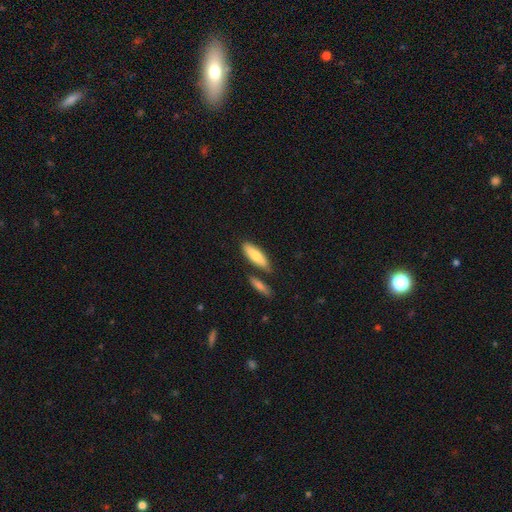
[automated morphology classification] Smooth or featured? smooth (75%)
How rounded? cigar-shaped (53%)
Merging? none (73%)